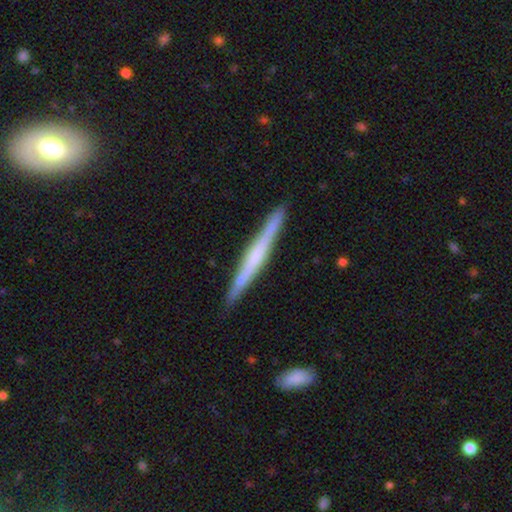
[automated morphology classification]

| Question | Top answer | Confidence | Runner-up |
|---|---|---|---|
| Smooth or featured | featured or disk | 65% | smooth (30%) |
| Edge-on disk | yes | 98% | no (2%) |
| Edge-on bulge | rounded | 41% | none (39%) |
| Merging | none | 89% | minor disturbance (8%) |